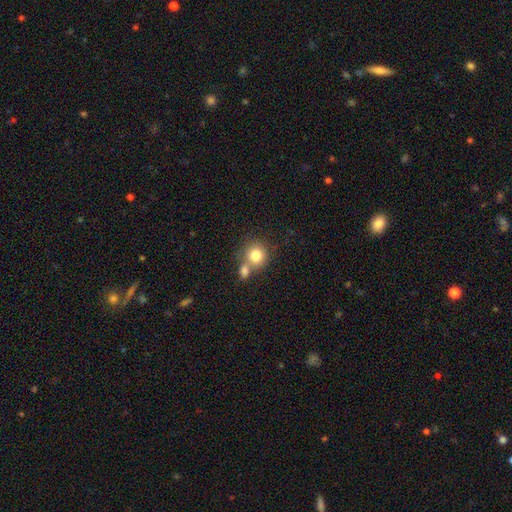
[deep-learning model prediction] smooth_or_featured: smooth (p=0.80) [alt: featured or disk p=0.11]
how_rounded: round (p=0.86) [alt: in between p=0.13]
merging: none (p=0.47) [alt: merger p=0.40]